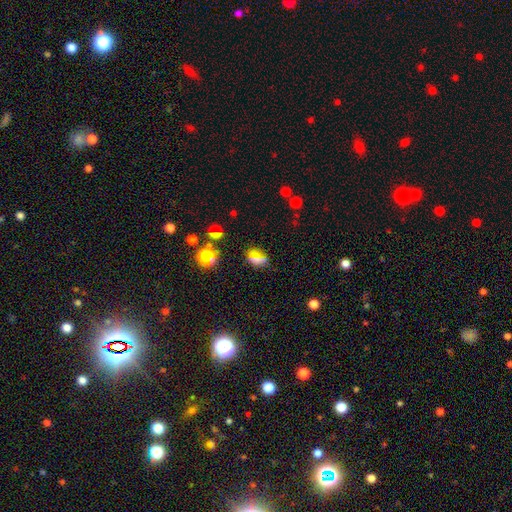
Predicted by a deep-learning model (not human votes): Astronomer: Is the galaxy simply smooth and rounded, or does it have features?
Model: smooth — 56% (runner-up: star or artifact, 34%).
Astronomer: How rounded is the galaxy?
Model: in between — 65%.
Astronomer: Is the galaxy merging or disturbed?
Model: none — 78%.